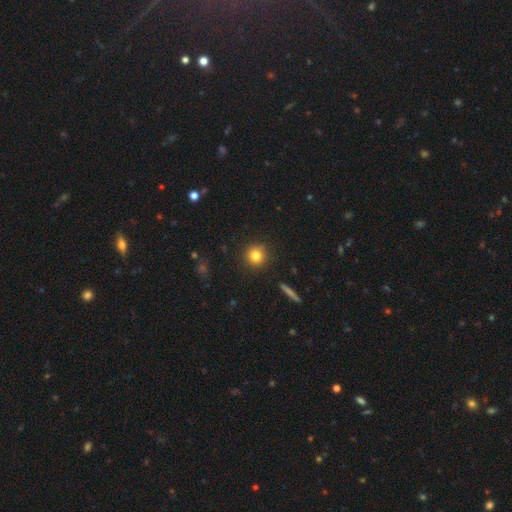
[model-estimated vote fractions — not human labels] Smooth or featured: smooth — 82% (star or artifact — 11%)
How rounded: round — 93% (in between — 5%)
Merging: none — 91% (minor disturbance — 6%)